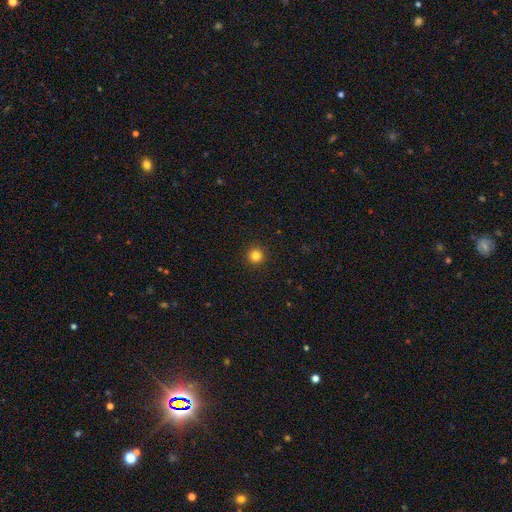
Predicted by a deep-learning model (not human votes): Smooth or featured?
  - smooth: 83% *
  - star or artifact: 13%
  - featured or disk: 4%
How rounded?
  - round: 96% *
  - in between: 3%
  - cigar-shaped: 1%
Merging?
  - none: 93% *
  - minor disturbance: 4%
  - major disturbance: 2%
  - merger: 1%